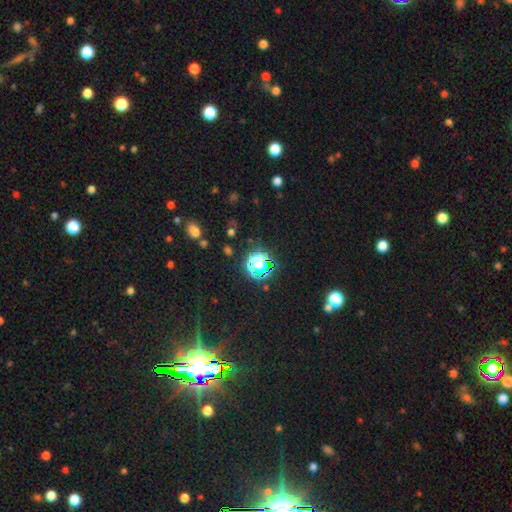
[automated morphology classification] type=star or artifact (75%).